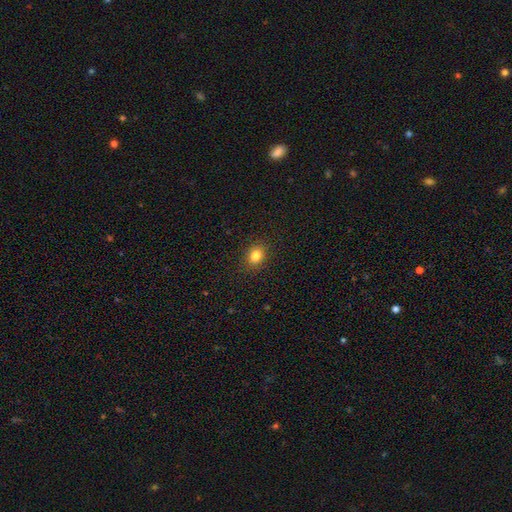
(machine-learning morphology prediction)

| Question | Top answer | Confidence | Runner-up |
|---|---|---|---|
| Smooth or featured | smooth | 83% | star or artifact (11%) |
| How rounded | in between | 53% | round (46%) |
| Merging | none | 89% | minor disturbance (8%) |